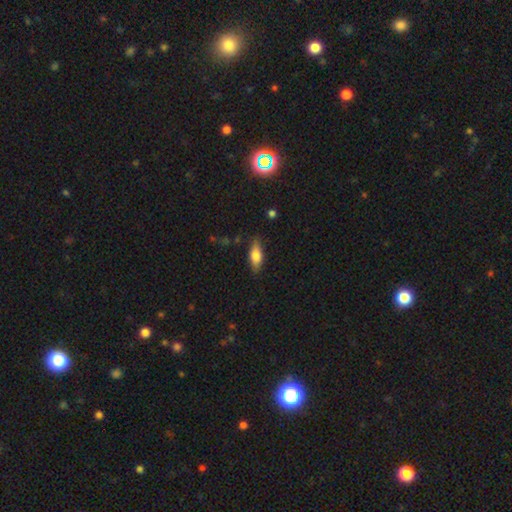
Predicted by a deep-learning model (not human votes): smooth-or-featured: smooth: 72% | featured or disk: 22% | star or artifact: 7%
  how-rounded: in between: 74% | cigar-shaped: 23% | round: 3%
  merging: none: 79% | minor disturbance: 16% | major disturbance: 3% | merger: 2%